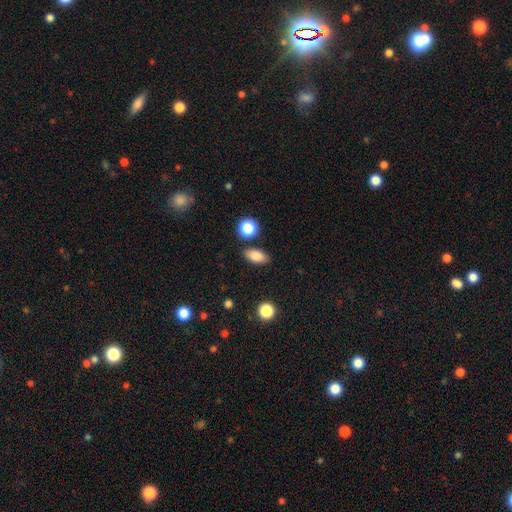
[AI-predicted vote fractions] Smooth or featured: smooth — 83% (star or artifact — 9%)
How rounded: in between — 87% (round — 8%)
Merging: none — 84% (minor disturbance — 10%)